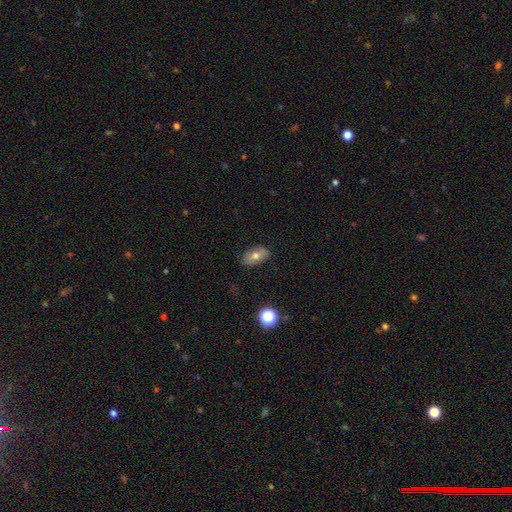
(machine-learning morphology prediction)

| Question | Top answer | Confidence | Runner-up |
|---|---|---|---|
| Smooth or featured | smooth | 65% | featured or disk (26%) |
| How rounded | in between | 87% | round (11%) |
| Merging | none | 83% | minor disturbance (13%) |